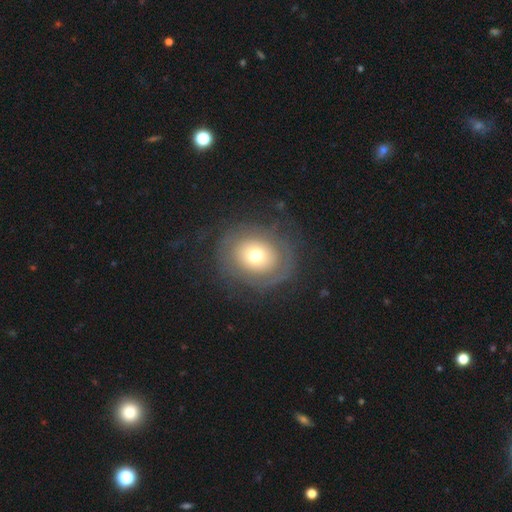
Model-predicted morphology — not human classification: Overall: smooth (53%; featured or disk 36%). How rounded: round (73%). Merging: none (72%).